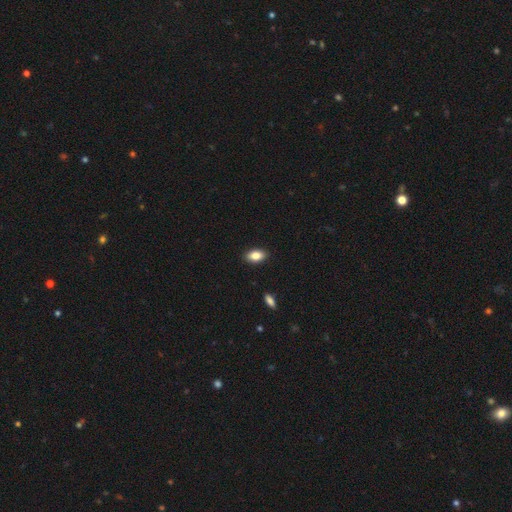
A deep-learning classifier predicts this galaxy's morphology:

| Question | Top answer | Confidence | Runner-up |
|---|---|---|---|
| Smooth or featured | smooth | 84% | featured or disk (8%) |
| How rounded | in between | 91% | round (6%) |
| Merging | none | 89% | minor disturbance (8%) |